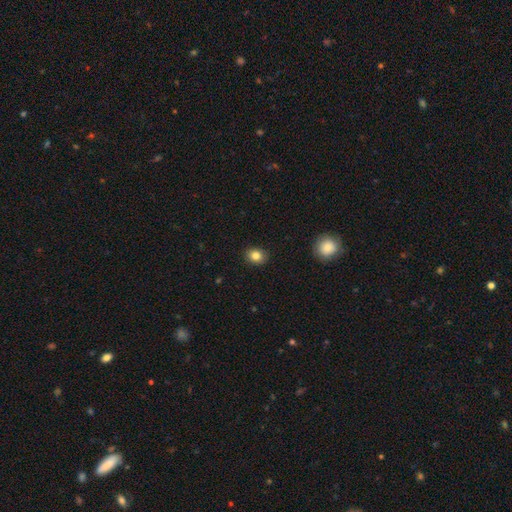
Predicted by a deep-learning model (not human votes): Smooth or featured?
  - smooth: 83% *
  - star or artifact: 10%
  - featured or disk: 7%
How rounded?
  - round: 50% *
  - in between: 49%
  - cigar-shaped: 1%
Merging?
  - none: 90% *
  - minor disturbance: 7%
  - major disturbance: 2%
  - merger: 1%